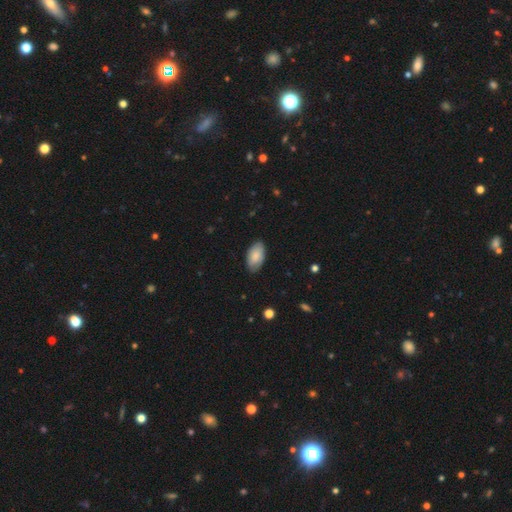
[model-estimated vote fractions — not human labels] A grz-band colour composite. It shows a smooth galaxy with no disk features (82%) that is in between round and cigar-shaped (95%). Merging: none (83%).